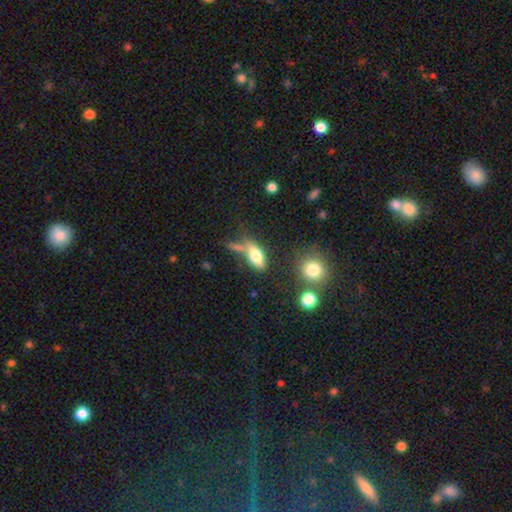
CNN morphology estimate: Overall: smooth (69%). How rounded: in between (79%). Merging: none (38%; merger 28%).